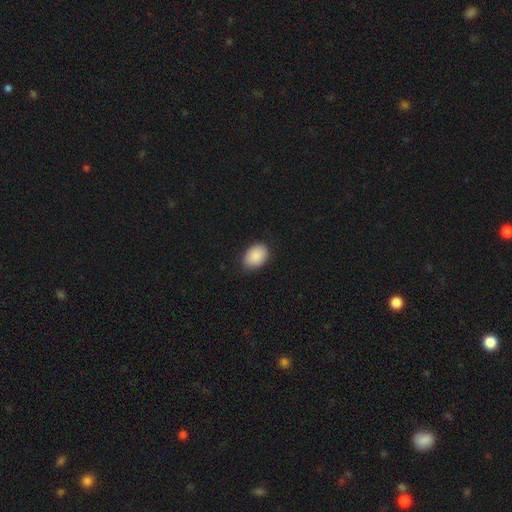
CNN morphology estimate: Smooth or featured? Predicted: smooth (p=0.90). How rounded? Predicted: in between (p=0.80). Merging? Predicted: none (p=0.83).